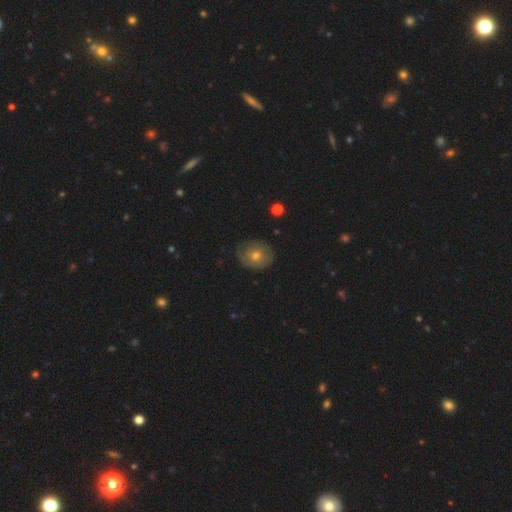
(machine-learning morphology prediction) Smooth or featured? Predicted: smooth (p=0.54). How rounded? Predicted: round (p=0.62). Merging? Predicted: none (p=0.75).